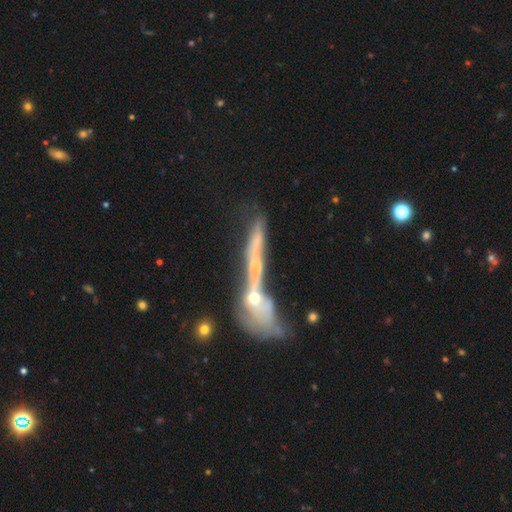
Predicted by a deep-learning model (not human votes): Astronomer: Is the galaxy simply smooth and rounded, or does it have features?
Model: featured or disk — 58%.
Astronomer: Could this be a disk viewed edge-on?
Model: yes — 60% (runner-up: no, 40%).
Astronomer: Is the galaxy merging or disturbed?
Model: merger — 53%.